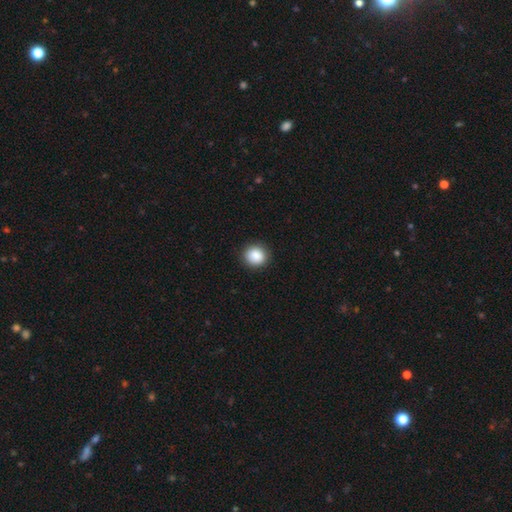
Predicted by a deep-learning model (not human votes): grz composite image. It shows a smooth galaxy with no disk features (88%) that is round (87%). Merging: none (91%).